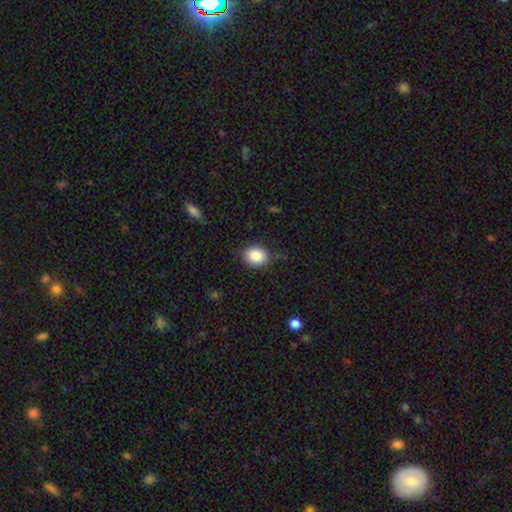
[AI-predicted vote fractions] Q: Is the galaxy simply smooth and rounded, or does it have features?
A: smooth — 86%.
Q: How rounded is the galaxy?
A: round — 60%.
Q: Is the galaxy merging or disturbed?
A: none — 77%.